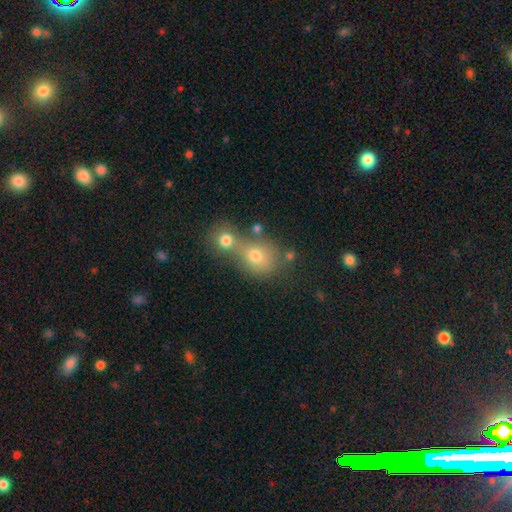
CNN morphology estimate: The model was most divided on "merging": merger: 56%, none: 31%, minor disturbance: 8%, major disturbance: 5%. More confident: how rounded — round (74%); smooth or featured — smooth (70%).